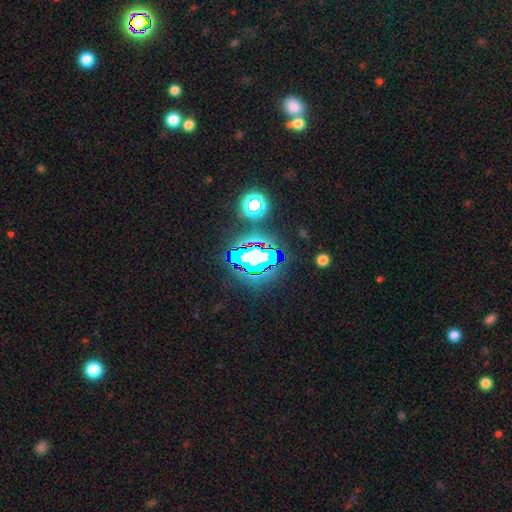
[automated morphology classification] A star or artifact, not a galaxy (66%).

Vote fractions:
- Smooth or featured? star or artifact: 66% / smooth: 19% / featured or disk: 15%